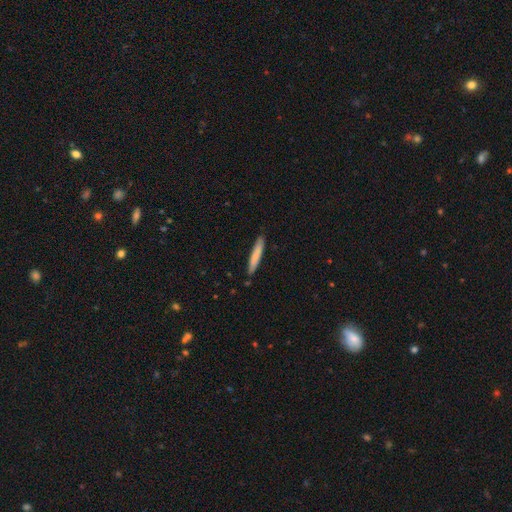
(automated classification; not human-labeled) smooth-or-featured: smooth: 74% | featured or disk: 20% | star or artifact: 5%
  how-rounded: cigar-shaped: 92% | in between: 7% | round: 1%
  merging: none: 86% | minor disturbance: 11% | major disturbance: 2% | merger: 2%